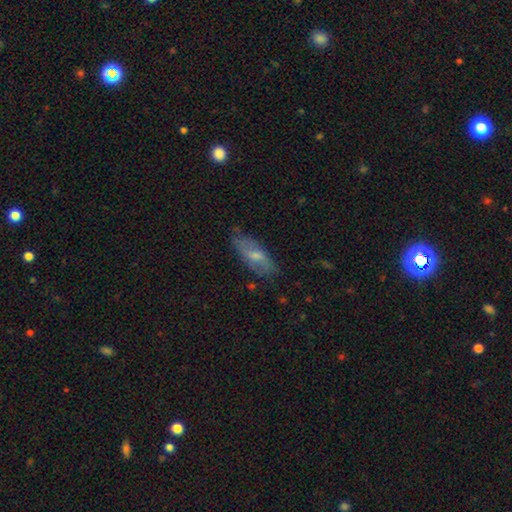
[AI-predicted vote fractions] Smooth or featured: smooth — 57% (featured or disk — 36%)
How rounded: in between — 71% (cigar-shaped — 26%)
Merging: none — 69% (minor disturbance — 23%)